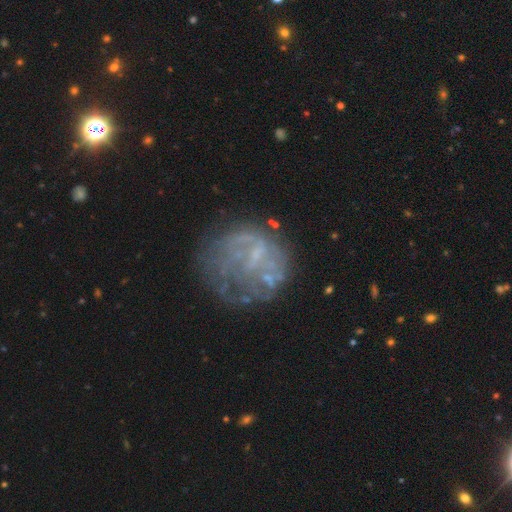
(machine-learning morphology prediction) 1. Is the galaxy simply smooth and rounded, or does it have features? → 59% featured or disk, 25% smooth, 16% star or artifact.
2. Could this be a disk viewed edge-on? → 98% no, 2% yes.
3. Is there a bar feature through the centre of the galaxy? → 67% no, 25% weak, 7% strong.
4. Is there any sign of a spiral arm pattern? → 68% no, 32% yes.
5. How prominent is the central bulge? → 59% none, 31% small, 7% moderate, 1% large, 1% dominant.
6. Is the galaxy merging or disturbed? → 52% none, 25% major disturbance, 19% minor disturbance, 4% merger.